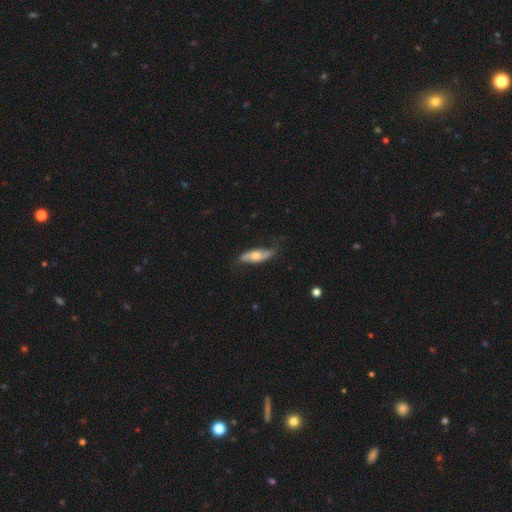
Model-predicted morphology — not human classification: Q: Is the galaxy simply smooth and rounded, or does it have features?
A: featured or disk — 52%.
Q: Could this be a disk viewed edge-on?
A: no — 59%.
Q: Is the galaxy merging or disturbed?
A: none — 68%.